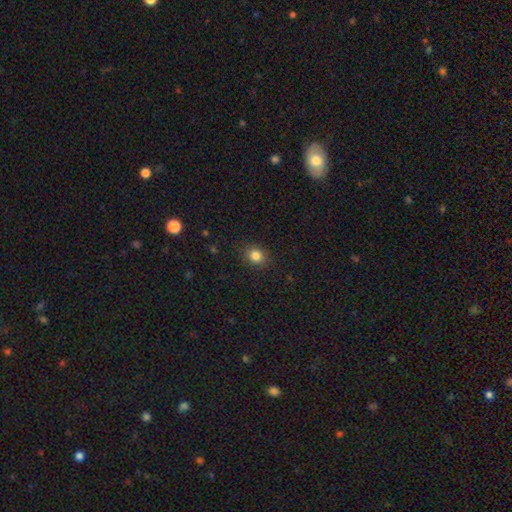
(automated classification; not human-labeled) Smooth or featured? Predicted: smooth (p=0.83). How rounded? Predicted: round (p=0.63). Merging? Predicted: none (p=0.87).